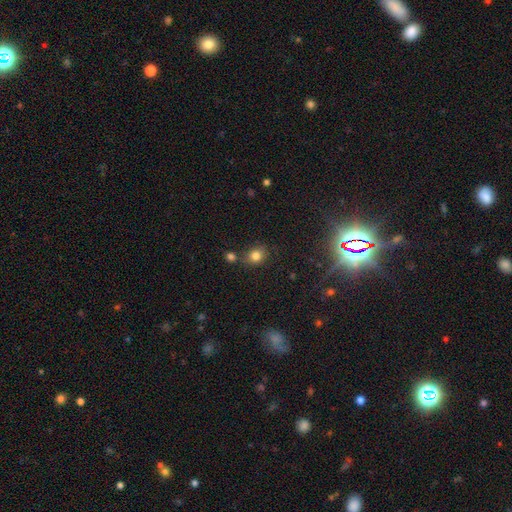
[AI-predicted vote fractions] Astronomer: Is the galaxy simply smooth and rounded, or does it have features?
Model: smooth — 80%.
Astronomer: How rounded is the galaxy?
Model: round — 65%.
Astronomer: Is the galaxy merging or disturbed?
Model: none — 72%.